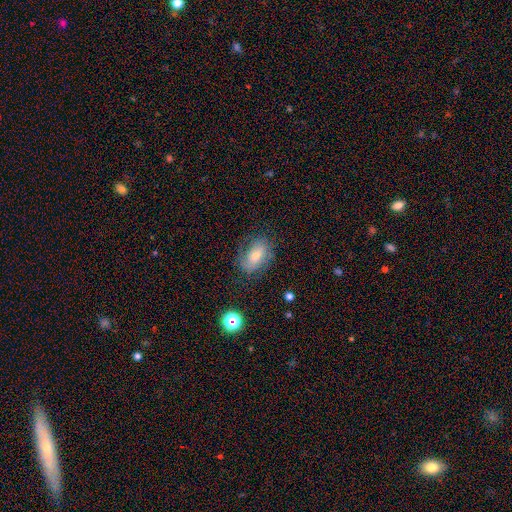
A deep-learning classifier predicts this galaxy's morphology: Smooth or featured? Predicted: smooth (p=0.52). How rounded? Predicted: in between (p=0.80). Merging? Predicted: none (p=0.67).